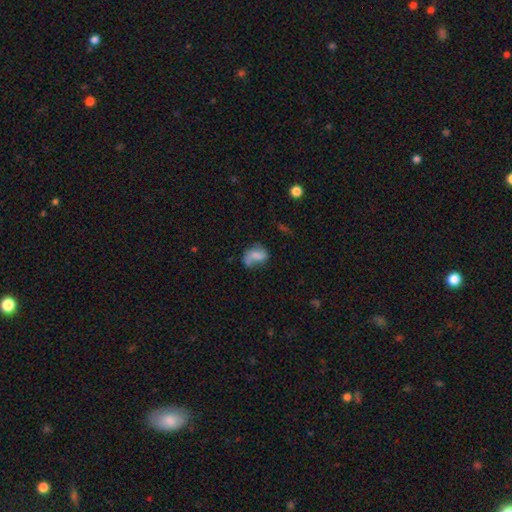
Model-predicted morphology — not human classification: Smooth or featured: smooth — 49% (featured or disk — 41%)
Merging: none — 41% (major disturbance — 27%)